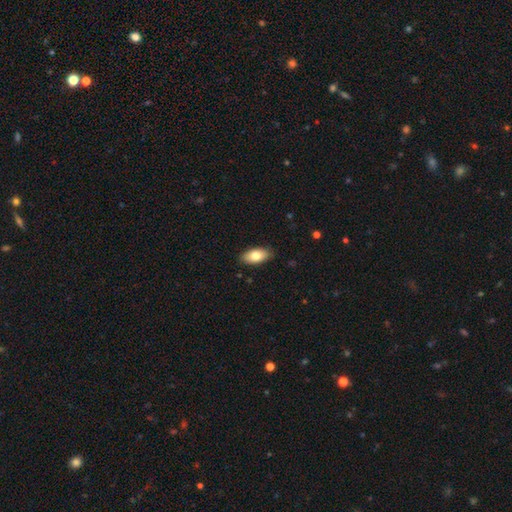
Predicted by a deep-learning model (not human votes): Overall: smooth (78%). How rounded: in between (92%). Merging: none (87%).